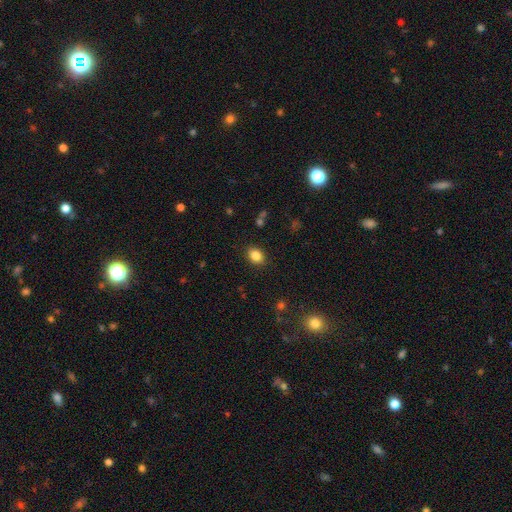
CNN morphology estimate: The model was most divided on "how rounded": in between: 58%, round: 41%, cigar-shaped: 1%. More confident: merging — none (87%); smooth or featured — smooth (85%).